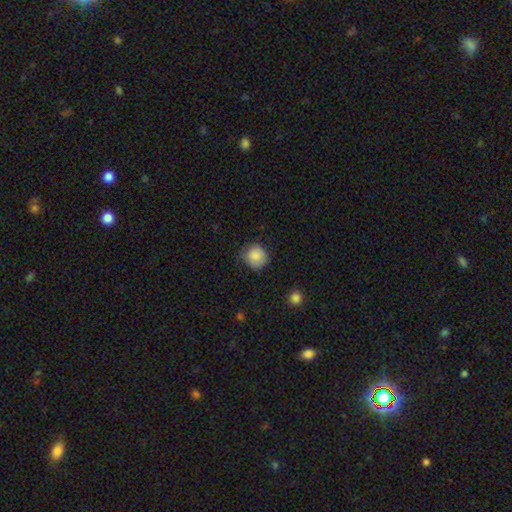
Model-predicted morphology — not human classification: Smooth or featured?
  - smooth: 86% *
  - star or artifact: 8%
  - featured or disk: 6%
How rounded?
  - round: 89% *
  - in between: 11%
  - cigar-shaped: 1%
Merging?
  - none: 75% *
  - minor disturbance: 20%
  - major disturbance: 4%
  - merger: 1%